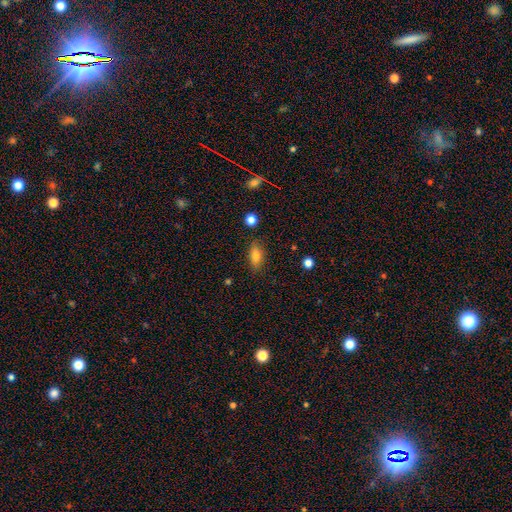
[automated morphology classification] A smooth galaxy with no disk features (80%) that is in between round and cigar-shaped (83%).

Vote fractions:
- Smooth or featured? smooth: 80% / featured or disk: 11% / star or artifact: 9%
- How rounded? in between: 83% / cigar-shaped: 11% / round: 6%
- Merging? none: 84% / minor disturbance: 12% / major disturbance: 3% / merger: 2%